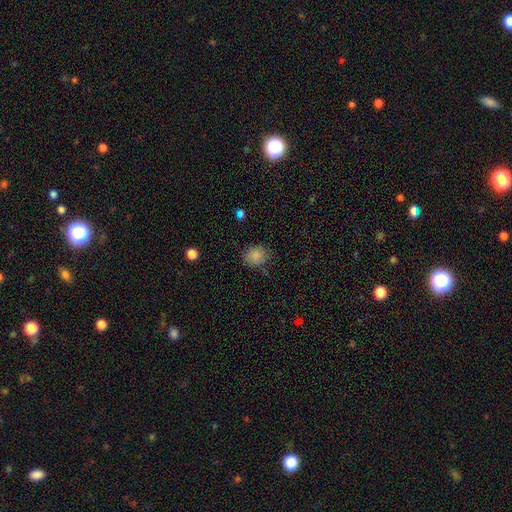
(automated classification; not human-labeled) Smooth or featured? smooth (85%)
How rounded? round (71%)
Merging? none (78%)